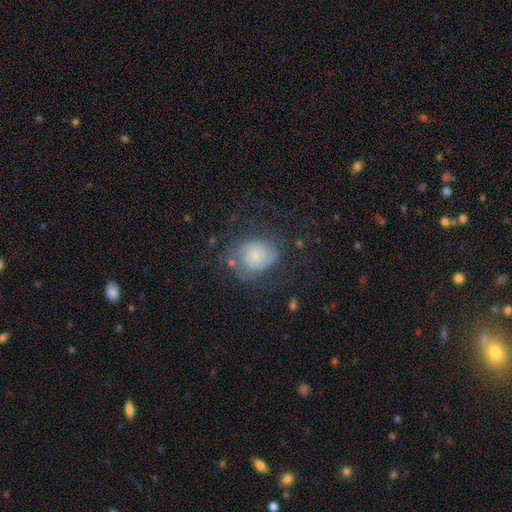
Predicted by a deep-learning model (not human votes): A featured or disk galaxy (68%) with no bar (70%), 2 (60%) tight (52%) spiral arms (90%) and a small central bulge (59%). Merging: none (63%).